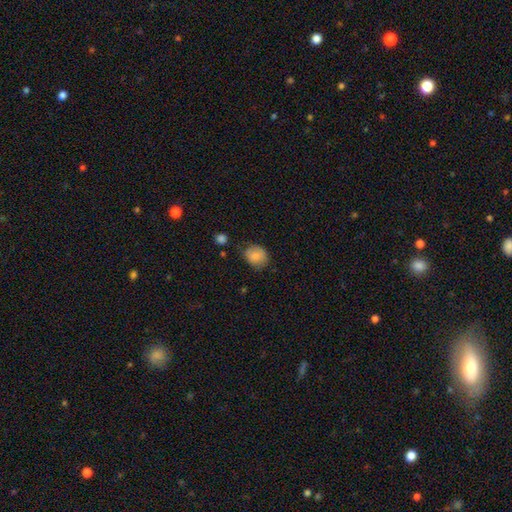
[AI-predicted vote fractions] This is clearly a smooth galaxy (84%). How rounded: likely round (65%). Merging: likely none (70%).